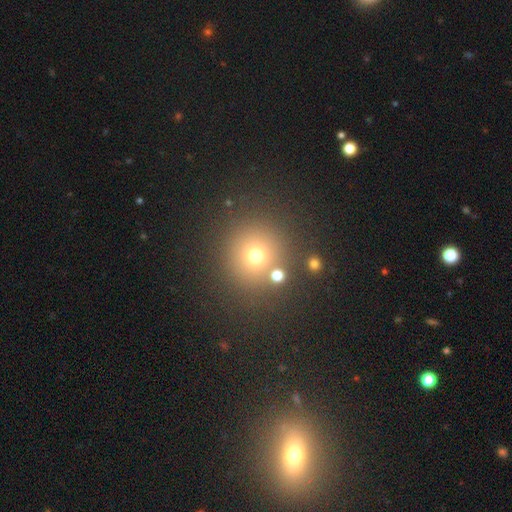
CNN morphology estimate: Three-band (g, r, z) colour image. It shows a smooth galaxy with no disk features (69%) that is round (92%). Merging: none (81%).